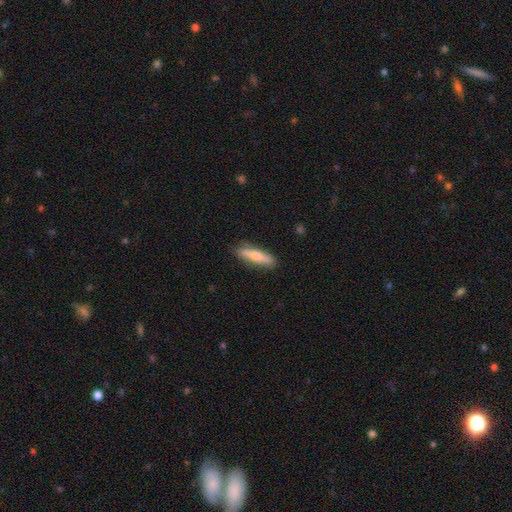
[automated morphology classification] The model was most divided on "smooth or featured": smooth: 65%, featured or disk: 29%, star or artifact: 6%. More confident: merging — none (83%); how rounded — cigar-shaped (76%).